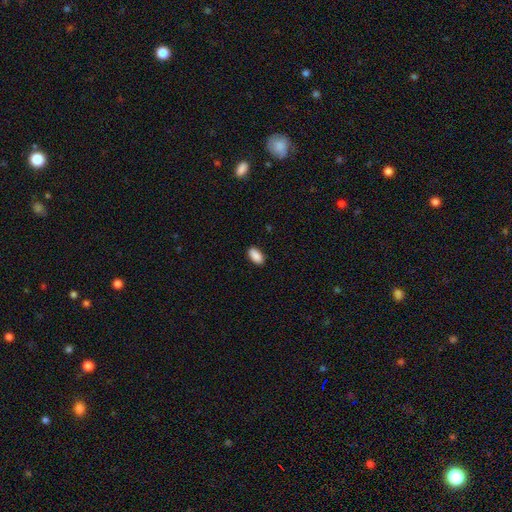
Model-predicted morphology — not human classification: Q: Smooth or featured?
A: smooth (90%); runner-up: star or artifact (7%)
Q: How rounded?
A: in between (94%); runner-up: round (3%)
Q: Merging?
A: none (89%); runner-up: minor disturbance (8%)